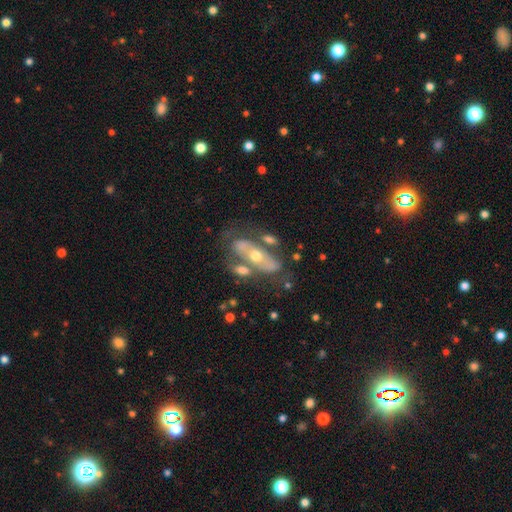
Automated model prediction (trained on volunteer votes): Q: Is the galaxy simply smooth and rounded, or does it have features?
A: featured or disk — 67%.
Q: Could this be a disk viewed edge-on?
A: no — 77%.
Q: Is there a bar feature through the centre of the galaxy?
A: no — 74%.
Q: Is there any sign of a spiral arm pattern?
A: no — 65%.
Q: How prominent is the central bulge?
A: moderate — 63%.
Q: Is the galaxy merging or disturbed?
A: none — 45%.